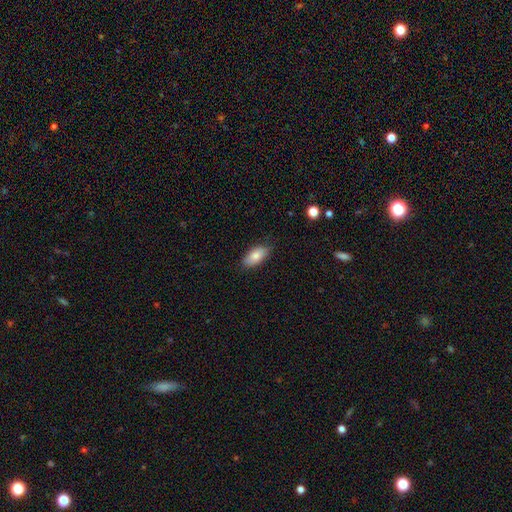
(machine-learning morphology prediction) A smooth galaxy with no disk features (82%) that is in between round and cigar-shaped (91%). Merging: none (84%).